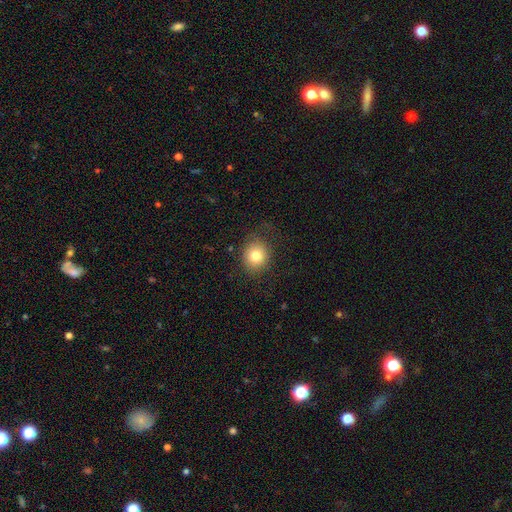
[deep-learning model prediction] A smooth galaxy with no disk features (79%) that is round (78%). Merging: none (83%).